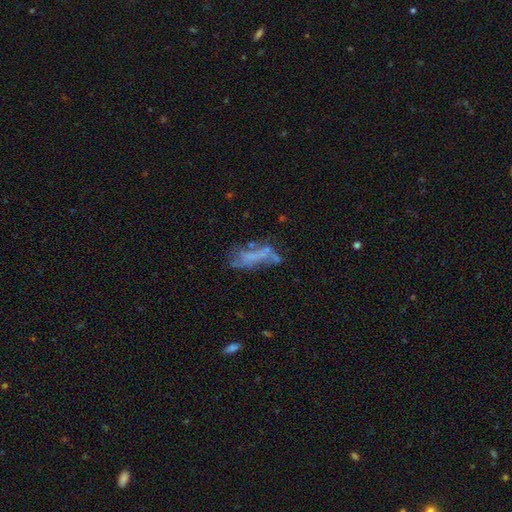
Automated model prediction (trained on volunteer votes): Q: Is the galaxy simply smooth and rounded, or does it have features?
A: featured or disk — 50%.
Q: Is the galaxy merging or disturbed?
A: none — 36%.